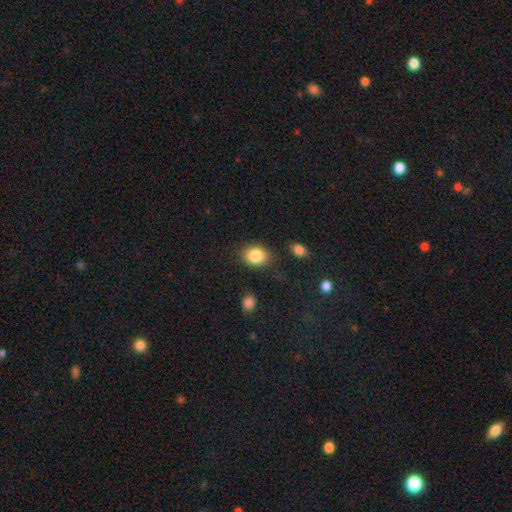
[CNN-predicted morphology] This is clearly a smooth galaxy (86%). How rounded: possibly in between (59%). Merging: clearly none (81%).